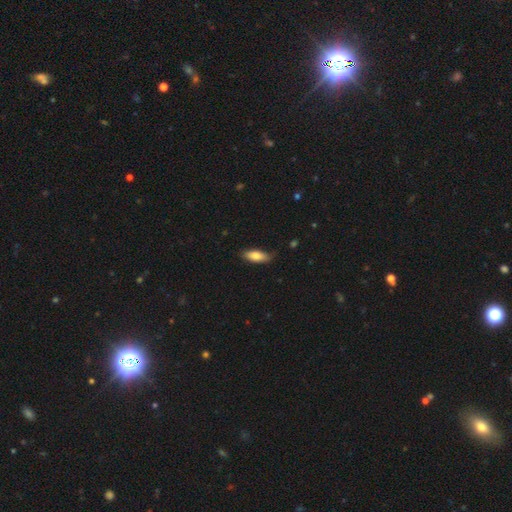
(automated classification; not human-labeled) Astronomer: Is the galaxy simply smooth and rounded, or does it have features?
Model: smooth — 80%.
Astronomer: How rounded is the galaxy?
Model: in between — 73%.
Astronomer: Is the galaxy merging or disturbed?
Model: none — 79%.